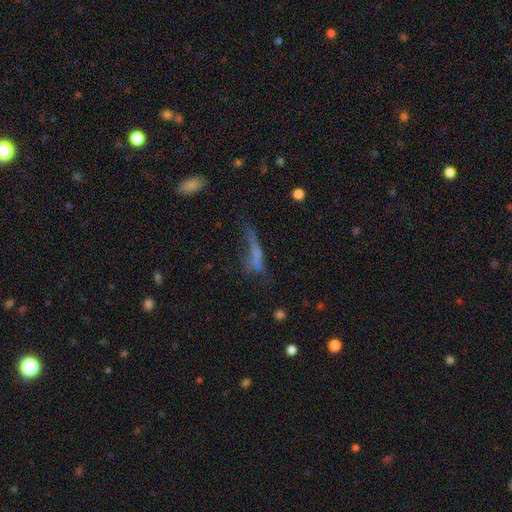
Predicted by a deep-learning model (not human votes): Morphology: type=smooth (47%); merging=major disturbance (37%).